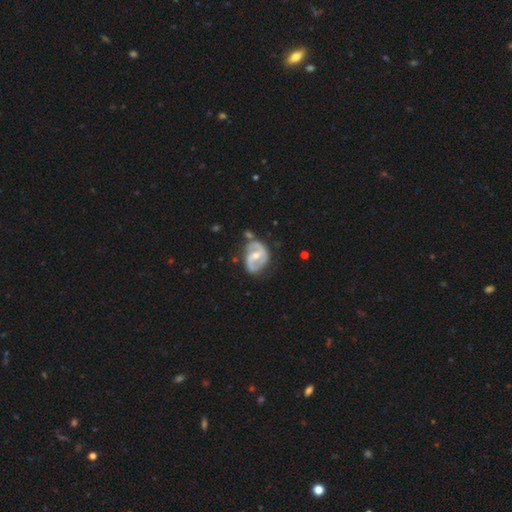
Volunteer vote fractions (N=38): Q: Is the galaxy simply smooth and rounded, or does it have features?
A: featured or disk — 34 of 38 (89%).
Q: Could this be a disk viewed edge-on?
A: no — 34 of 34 (100%).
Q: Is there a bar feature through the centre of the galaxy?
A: weak — 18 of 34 (53%).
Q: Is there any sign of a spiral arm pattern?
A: yes — 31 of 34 (91%).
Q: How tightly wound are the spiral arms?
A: medium — 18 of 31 (58%).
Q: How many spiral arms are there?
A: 2 — 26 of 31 (84%).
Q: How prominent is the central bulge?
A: moderate — 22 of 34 (65%).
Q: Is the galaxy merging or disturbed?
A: minor disturbance — 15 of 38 (39%).